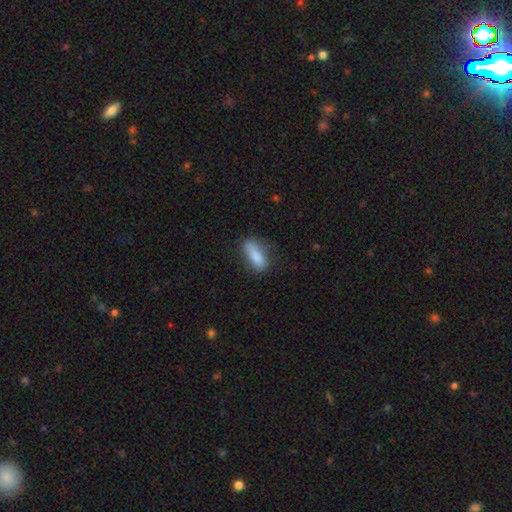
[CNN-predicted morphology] Smooth or featured?
  - smooth: 83% *
  - featured or disk: 11%
  - star or artifact: 7%
How rounded?
  - in between: 62% *
  - cigar-shaped: 35%
  - round: 3%
Merging?
  - none: 71% *
  - minor disturbance: 21%
  - major disturbance: 6%
  - merger: 2%